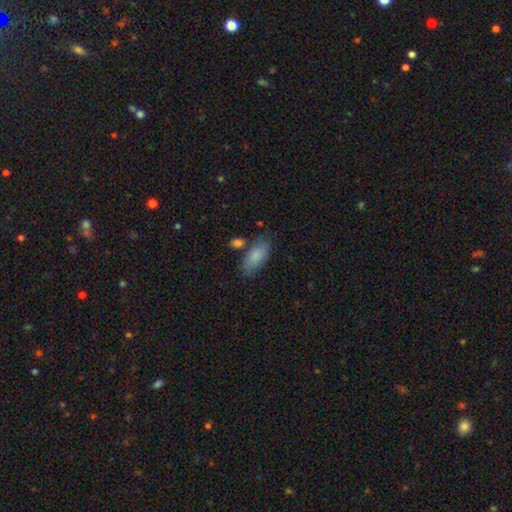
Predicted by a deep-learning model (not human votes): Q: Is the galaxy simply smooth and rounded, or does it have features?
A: smooth — 84%.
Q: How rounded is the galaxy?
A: in between — 88%.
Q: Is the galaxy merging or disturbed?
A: none — 67%.